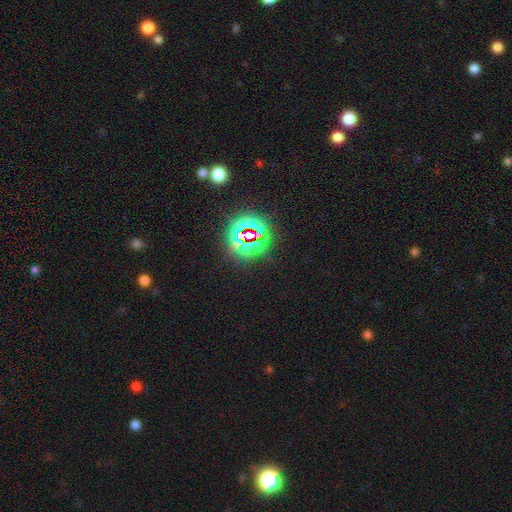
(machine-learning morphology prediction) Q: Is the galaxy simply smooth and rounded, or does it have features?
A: star or artifact — 81%.